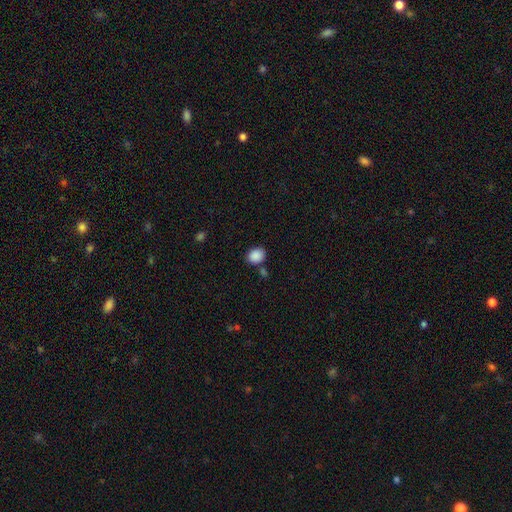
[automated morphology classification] smooth-or-featured: smooth: 88% | star or artifact: 8% | featured or disk: 3%
  how-rounded: in between: 50% | round: 49% | cigar-shaped: 1%
  merging: none: 76% | minor disturbance: 12% | merger: 9% | major disturbance: 4%